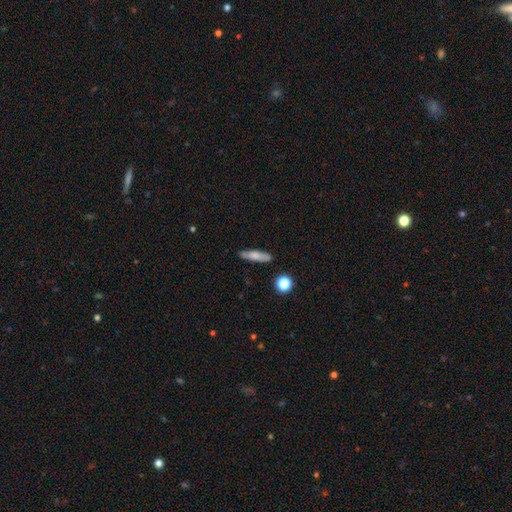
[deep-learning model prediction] A smooth galaxy with no disk features (72%) that is cigar-shaped (75%). Merging: none (81%).